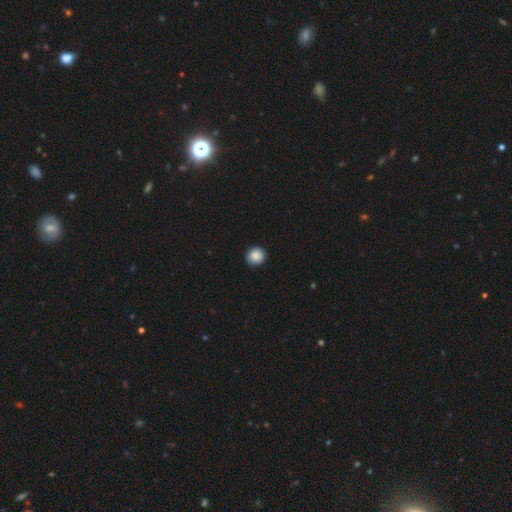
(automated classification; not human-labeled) Smooth or featured: smooth — 88% (star or artifact — 8%)
How rounded: round — 89% (in between — 10%)
Merging: none — 90% (minor disturbance — 8%)